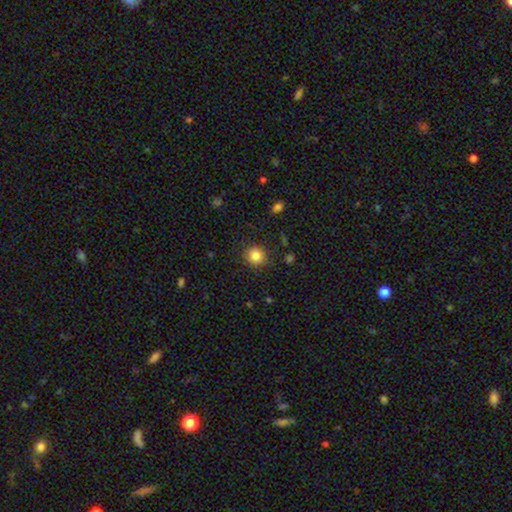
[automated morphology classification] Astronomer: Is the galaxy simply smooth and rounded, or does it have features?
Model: smooth — 84%.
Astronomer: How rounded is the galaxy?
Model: round — 88%.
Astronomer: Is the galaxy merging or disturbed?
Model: none — 86%.